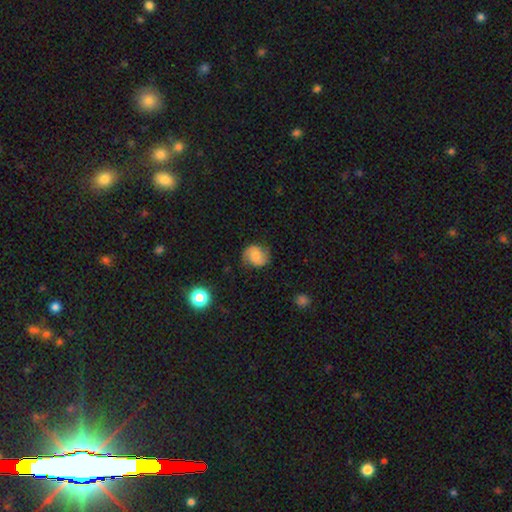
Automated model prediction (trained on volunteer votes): smooth 46%, featured or disk 45%, star or artifact 10%. Down the decision tree: merging — none (74%).